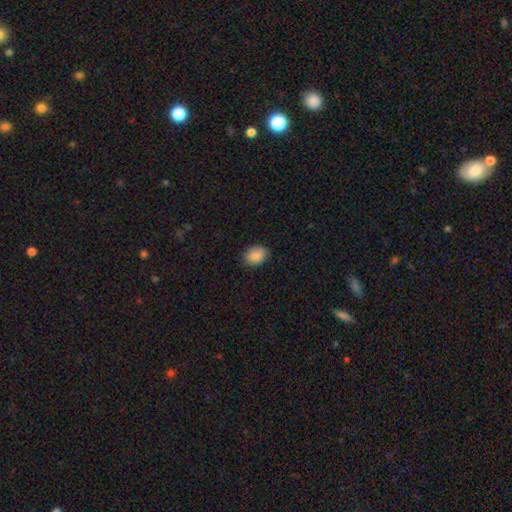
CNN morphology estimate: A smooth galaxy with no disk features (88%) that is in between round and cigar-shaped (72%).

Vote fractions:
- Smooth or featured? smooth: 88% / star or artifact: 7% / featured or disk: 4%
- How rounded? in between: 72% / round: 27% / cigar-shaped: 1%
- Merging? none: 82% / minor disturbance: 14% / major disturbance: 3% / merger: 1%